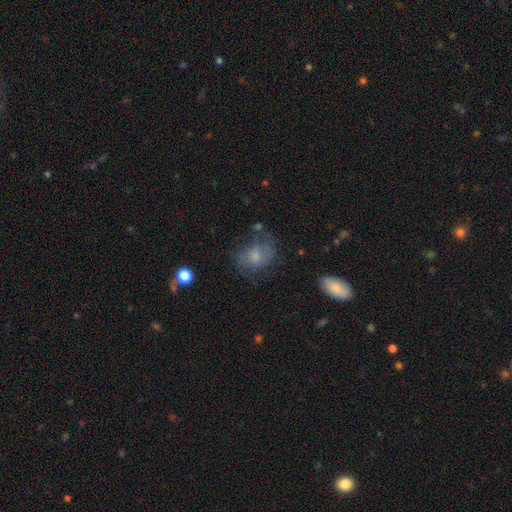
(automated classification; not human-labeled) Smooth or featured: smooth — 56% (featured or disk — 32%)
How rounded: in between — 59% (round — 39%)
Merging: none — 49% (minor disturbance — 25%)